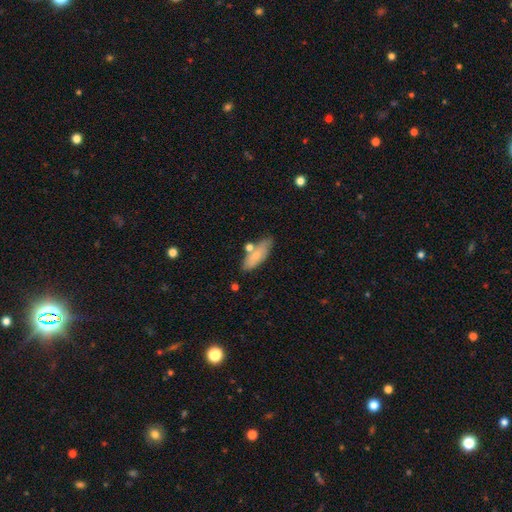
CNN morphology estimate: Overall: smooth (73%). How rounded: in between (65%; cigar-shaped 32%). Merging: none (66%).